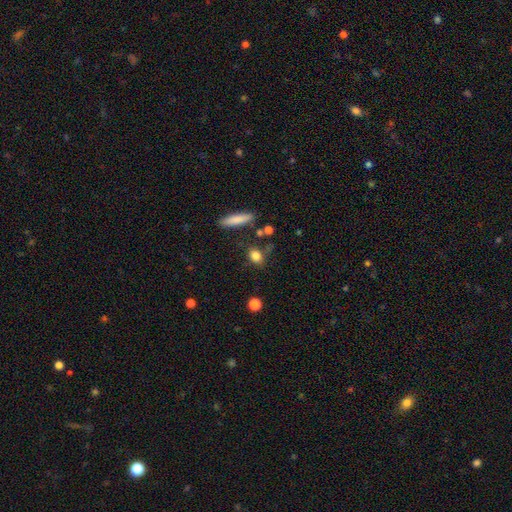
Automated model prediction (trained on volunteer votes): A smooth galaxy with no disk features (82%) that is in between round and cigar-shaped (55%). Merging: none (73%).